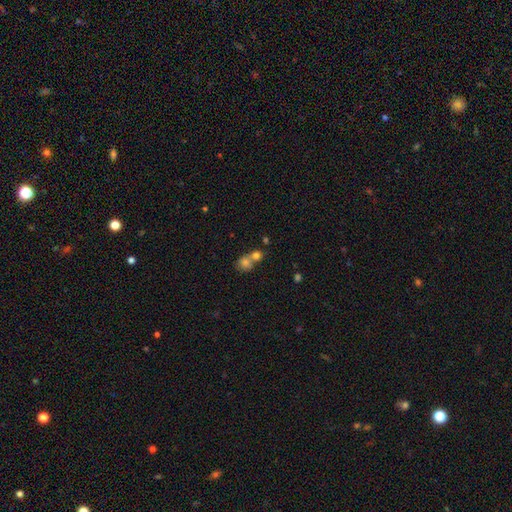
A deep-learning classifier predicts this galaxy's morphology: The model was most divided on "merging": merger: 57%, none: 34%, minor disturbance: 6%, major disturbance: 3%. More confident: smooth or featured — smooth (75%); how rounded — round (74%).